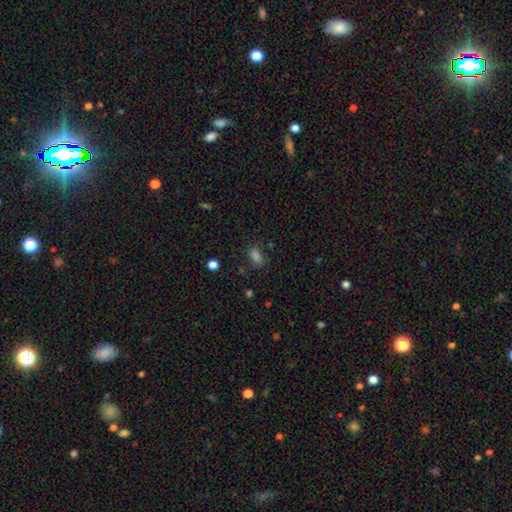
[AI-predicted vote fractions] This appears to be a smooth galaxy with no disk features (80%) that is in between round and cigar-shaped (85%). Merging: none (78%).